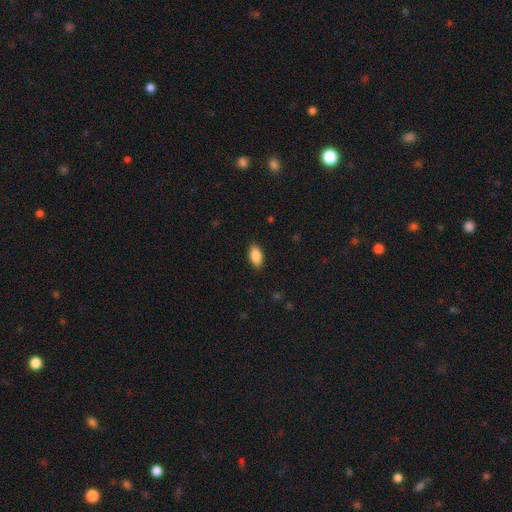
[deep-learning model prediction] This is clearly a smooth galaxy (88%). How rounded: clearly in between (93%). Merging: clearly none (88%).